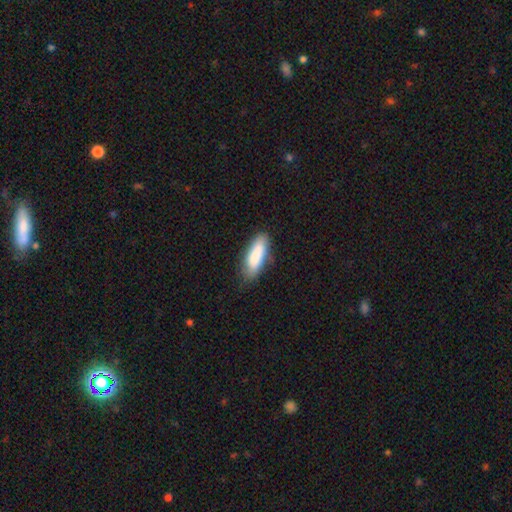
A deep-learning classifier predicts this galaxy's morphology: Q: Smooth or featured?
A: smooth (84%); runner-up: featured or disk (10%)
Q: How rounded?
A: in between (60%); runner-up: cigar-shaped (39%)
Q: Merging?
A: none (75%); runner-up: minor disturbance (19%)